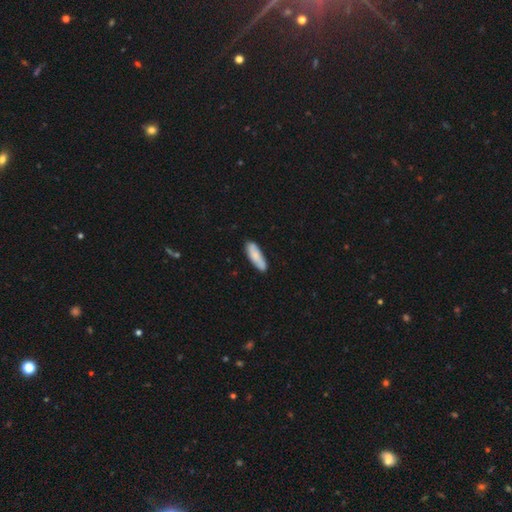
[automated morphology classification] Smooth or featured? Predicted: smooth (p=0.82). How rounded? Predicted: cigar-shaped (p=0.52). Merging? Predicted: none (p=0.84).